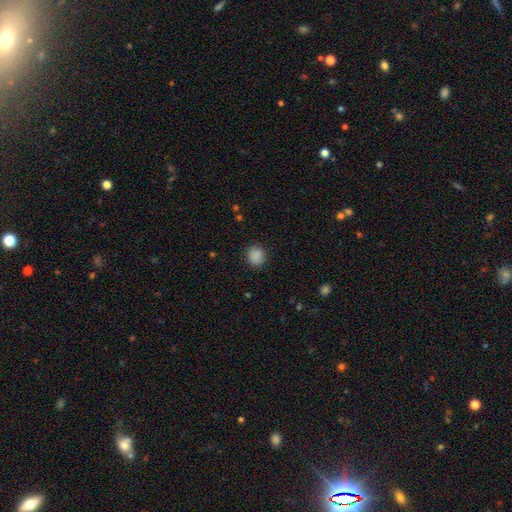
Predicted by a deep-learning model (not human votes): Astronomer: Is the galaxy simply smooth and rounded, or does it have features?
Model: smooth — 88%.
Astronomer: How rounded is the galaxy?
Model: round — 86%.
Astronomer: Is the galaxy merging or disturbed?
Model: none — 87%.